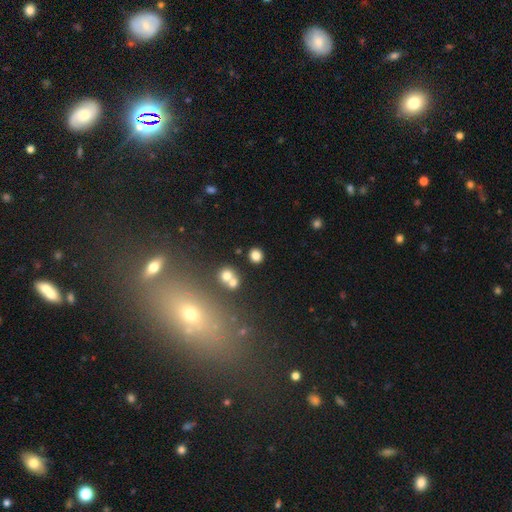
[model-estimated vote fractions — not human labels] smooth 78%, star or artifact 15%, featured or disk 7%. Down the decision tree: how rounded — round (80%); merging — none (79%).